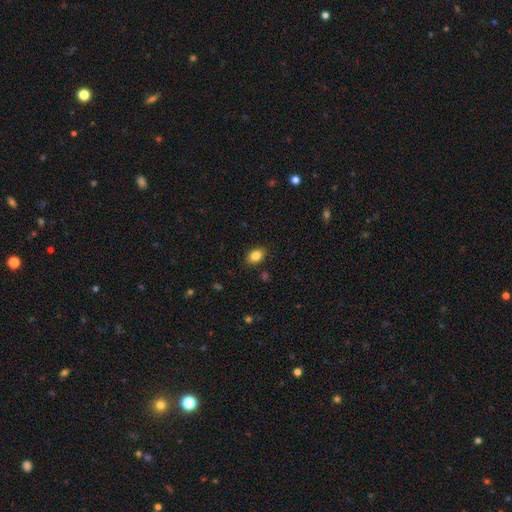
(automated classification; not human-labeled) A smooth galaxy with no disk features (85%) that is in between round and cigar-shaped (80%). Merging: none (87%).